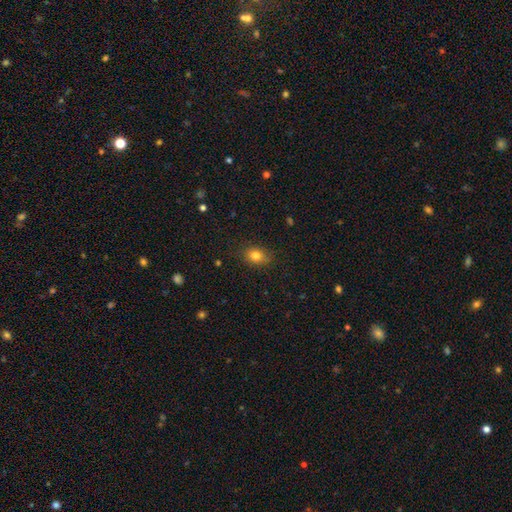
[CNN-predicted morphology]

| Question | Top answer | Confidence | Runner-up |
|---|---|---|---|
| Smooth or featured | smooth | 81% | star or artifact (11%) |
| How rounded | in between | 64% | round (35%) |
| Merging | none | 81% | minor disturbance (14%) |